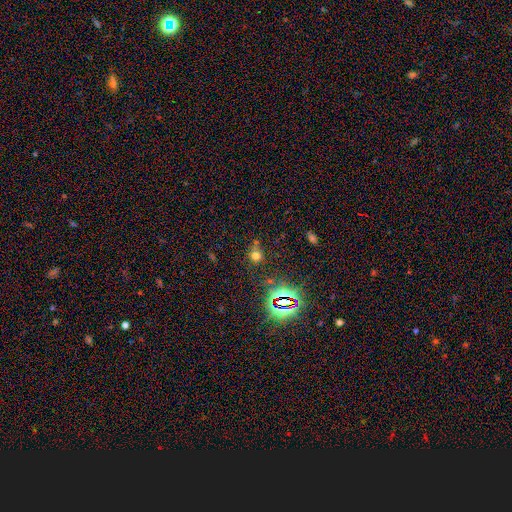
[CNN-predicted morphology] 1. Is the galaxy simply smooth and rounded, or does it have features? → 57% smooth, 33% star or artifact, 10% featured or disk.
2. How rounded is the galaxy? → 83% round, 15% in between, 1% cigar-shaped.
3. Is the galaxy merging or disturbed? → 64% none, 15% minor disturbance, 14% merger, 7% major disturbance.